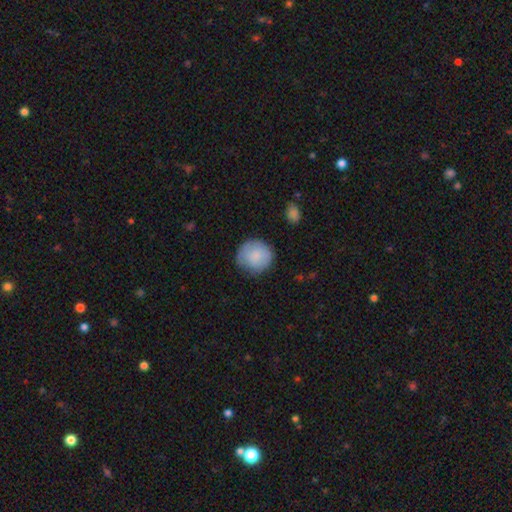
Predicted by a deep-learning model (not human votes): This is likely a smooth galaxy (79%). How rounded: clearly round (88%). Merging: likely none (72%).